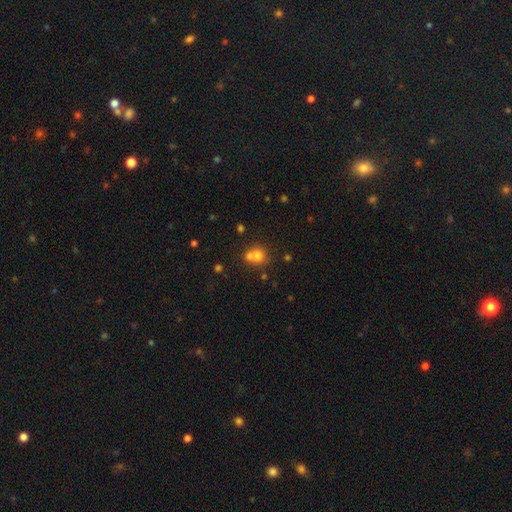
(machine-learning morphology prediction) Smooth or featured: smooth — 72% (featured or disk — 14%)
How rounded: round — 80% (in between — 19%)
Merging: merger — 51% (none — 39%)